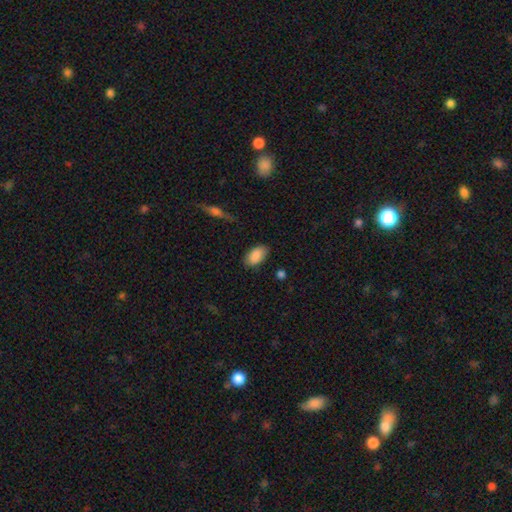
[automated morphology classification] smooth-or-featured: smooth: 87% | star or artifact: 7% | featured or disk: 6%
  how-rounded: in between: 94% | round: 4% | cigar-shaped: 2%
  merging: none: 80% | minor disturbance: 15% | major disturbance: 3% | merger: 2%